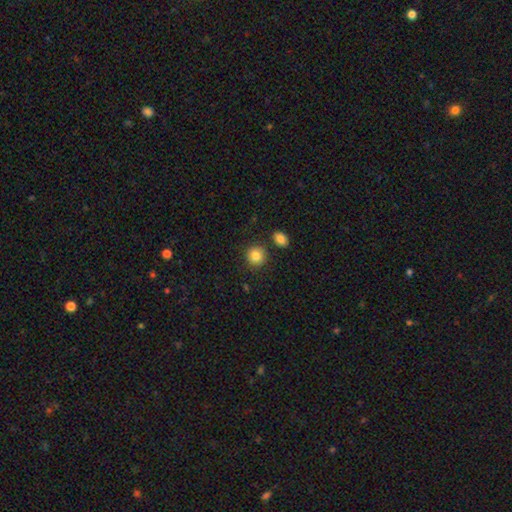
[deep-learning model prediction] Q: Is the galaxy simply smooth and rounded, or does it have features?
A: smooth — 86%.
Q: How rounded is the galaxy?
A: round — 87%.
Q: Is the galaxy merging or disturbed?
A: none — 83%.